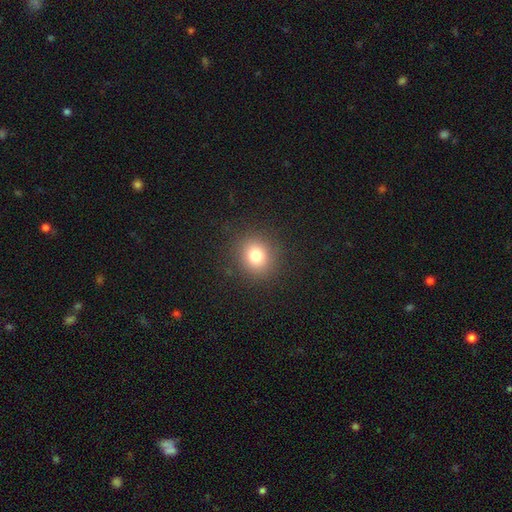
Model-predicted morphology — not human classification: smooth-or-featured: smooth: 79% | star or artifact: 13% | featured or disk: 8%
  how-rounded: round: 82% | in between: 17% | cigar-shaped: 1%
  merging: none: 89% | minor disturbance: 7% | major disturbance: 3% | merger: 1%